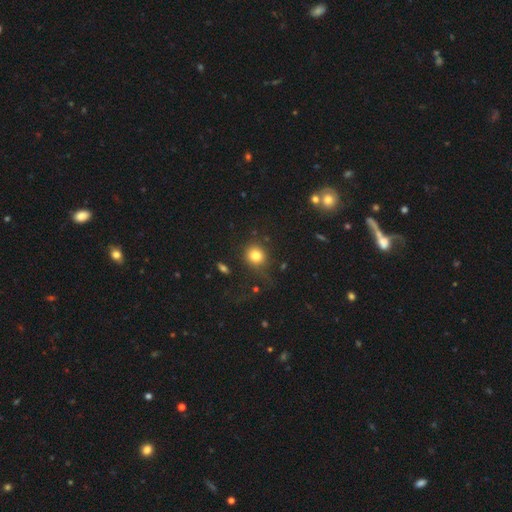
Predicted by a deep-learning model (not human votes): This is clearly a smooth galaxy (80%). How rounded: clearly round (85%). Merging: likely none (72%).